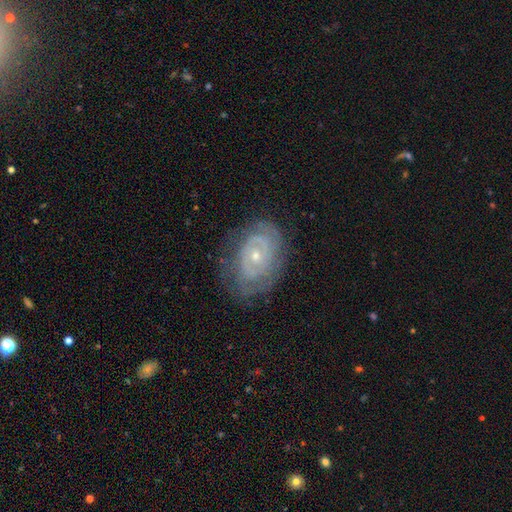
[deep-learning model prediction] Smooth or featured? featured or disk (80%)
Edge-on disk? no (96%)
Bar? no (77%)
Spiral arms? yes (84%)
Spiral winding? tight (72%)
Spiral arm count? can't tell (42%)
Bulge size? small (64%)
Merging? none (74%)